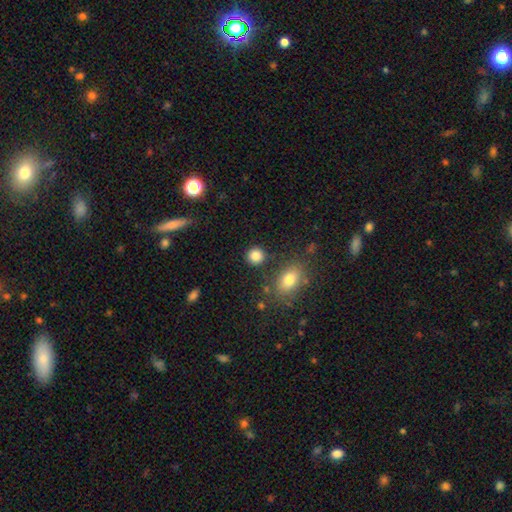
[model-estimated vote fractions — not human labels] smooth-or-featured: smooth: 85% | star or artifact: 10% | featured or disk: 4%
  how-rounded: round: 87% | in between: 12% | cigar-shaped: 1%
  merging: none: 86% | minor disturbance: 8% | merger: 4% | major disturbance: 3%